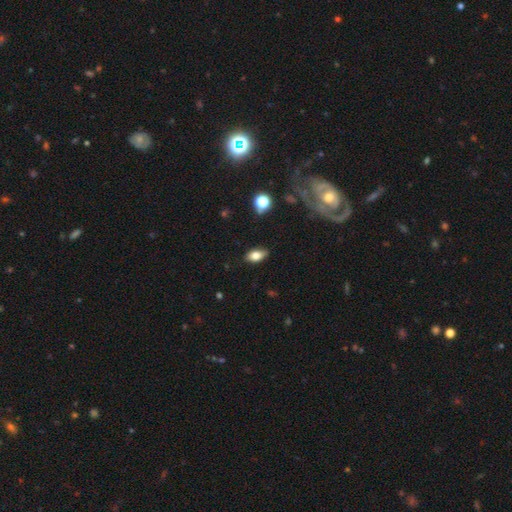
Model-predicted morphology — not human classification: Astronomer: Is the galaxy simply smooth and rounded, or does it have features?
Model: smooth — 78%.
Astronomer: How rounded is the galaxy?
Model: in between — 89%.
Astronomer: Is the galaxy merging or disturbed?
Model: none — 84%.